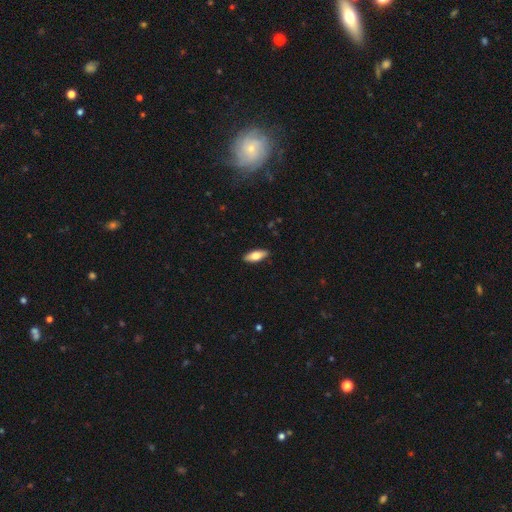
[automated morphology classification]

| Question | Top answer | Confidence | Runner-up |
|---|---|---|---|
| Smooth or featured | smooth | 70% | featured or disk (24%) |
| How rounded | in between | 75% | cigar-shaped (22%) |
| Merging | none | 89% | minor disturbance (8%) |